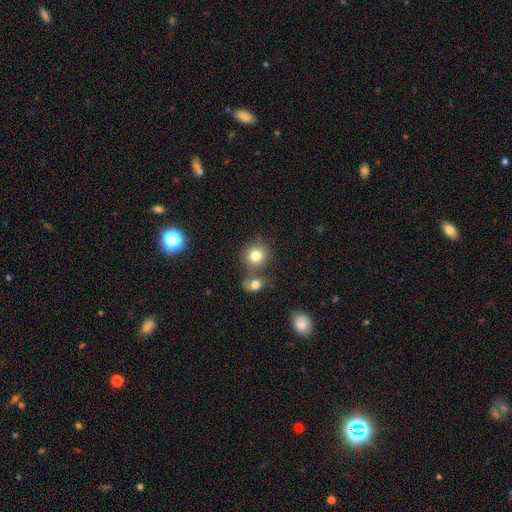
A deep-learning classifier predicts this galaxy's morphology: The model was most divided on "merging": none: 53%, merger: 33%, minor disturbance: 10%, major disturbance: 4%. More confident: how rounded — round (83%); smooth or featured — smooth (80%).